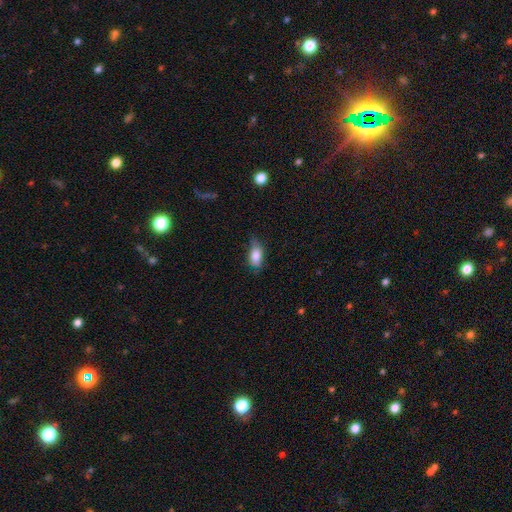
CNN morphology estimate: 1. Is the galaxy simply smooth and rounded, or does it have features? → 80% smooth, 12% featured or disk, 8% star or artifact.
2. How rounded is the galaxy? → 86% in between, 9% cigar-shaped, 5% round.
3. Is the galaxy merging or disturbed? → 59% none, 32% minor disturbance, 8% major disturbance, 2% merger.